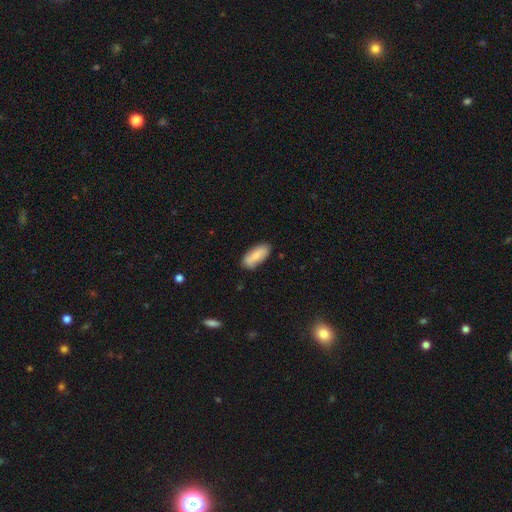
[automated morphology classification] This is likely a smooth galaxy (79%). How rounded: clearly in between (83%). Merging: likely none (78%).